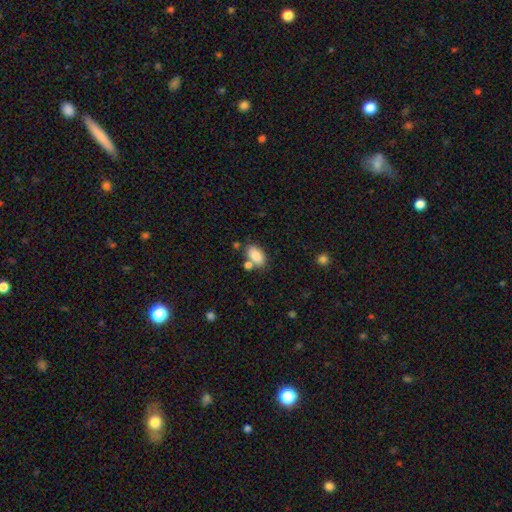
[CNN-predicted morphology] Smooth or featured? smooth (85%)
How rounded? in between (91%)
Merging? none (63%)